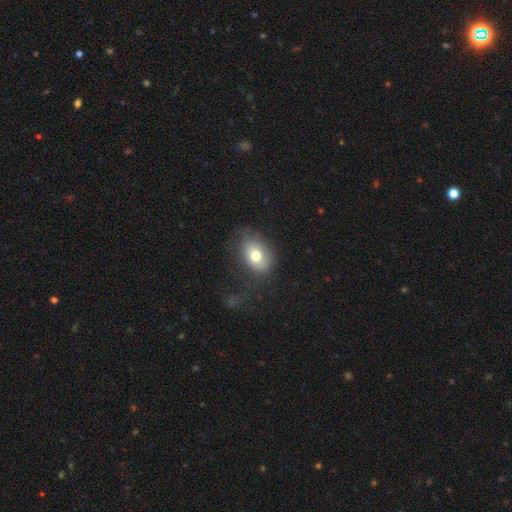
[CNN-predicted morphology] A smooth galaxy with no disk features (73%) that is in between round and cigar-shaped (70%).

Vote fractions:
- Smooth or featured? smooth: 73% / featured or disk: 17% / star or artifact: 10%
- How rounded? in between: 70% / round: 29% / cigar-shaped: 1%
- Merging? none: 58% / minor disturbance: 24% / major disturbance: 16% / merger: 2%